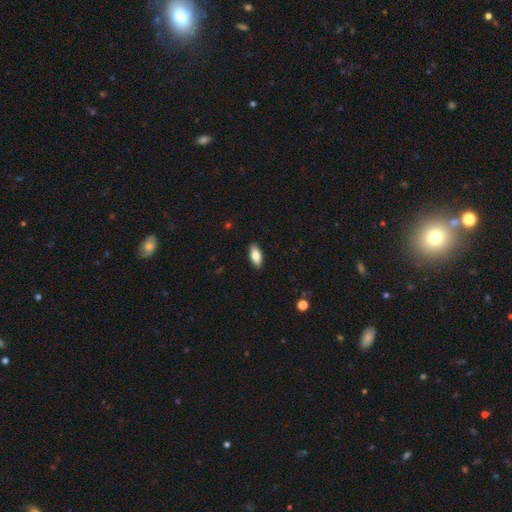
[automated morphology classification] Smooth or featured? smooth (82%)
How rounded? in between (86%)
Merging? none (90%)